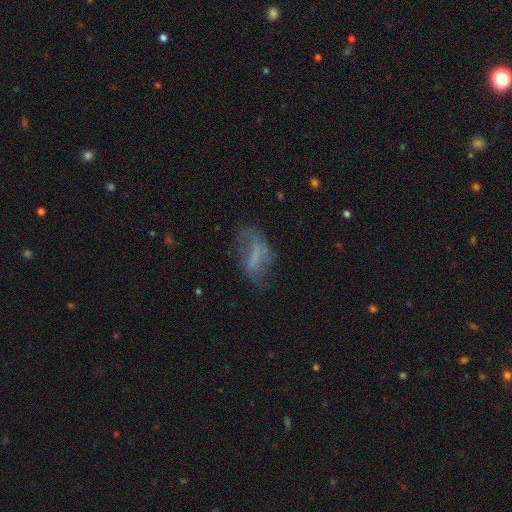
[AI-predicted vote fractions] A featured or disk galaxy (46%).

Vote fractions:
- Smooth or featured? featured or disk: 46% / smooth: 40% / star or artifact: 14%
- Merging? none: 39% / major disturbance: 32% / minor disturbance: 26% / merger: 4%